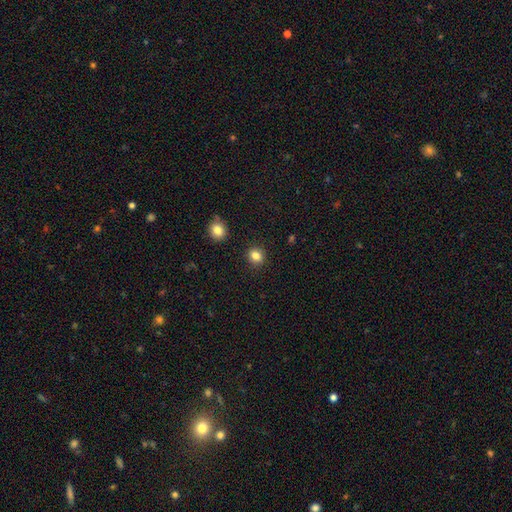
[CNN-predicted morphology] The model was most divided on "how rounded": round: 77%, in between: 22%, cigar-shaped: 1%. More confident: merging — none (90%); smooth or featured — smooth (84%).